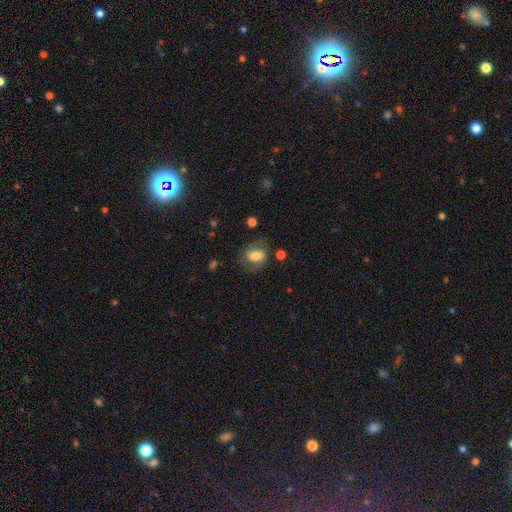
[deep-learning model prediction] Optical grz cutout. It shows a smooth galaxy with no disk features (53%) that is in between round and cigar-shaped (69%). Merging: none (64%).